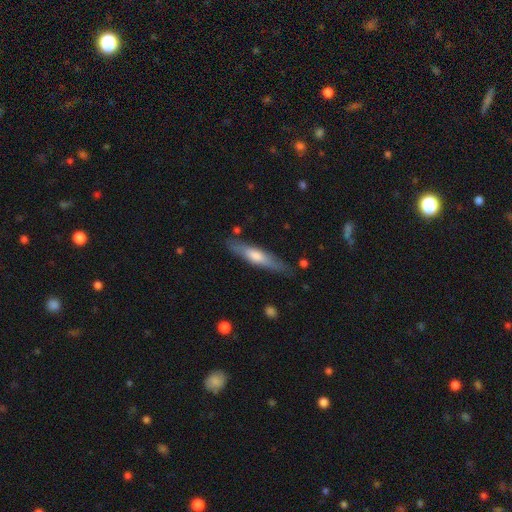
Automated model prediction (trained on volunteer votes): A smooth galaxy with no disk features (50%) that is cigar-shaped (84%).

Vote fractions:
- Smooth or featured? smooth: 50% / featured or disk: 45% / star or artifact: 5%
- How rounded? cigar-shaped: 84% / in between: 15% / round: 1%
- Merging? none: 82% / minor disturbance: 13% / major disturbance: 3% / merger: 2%